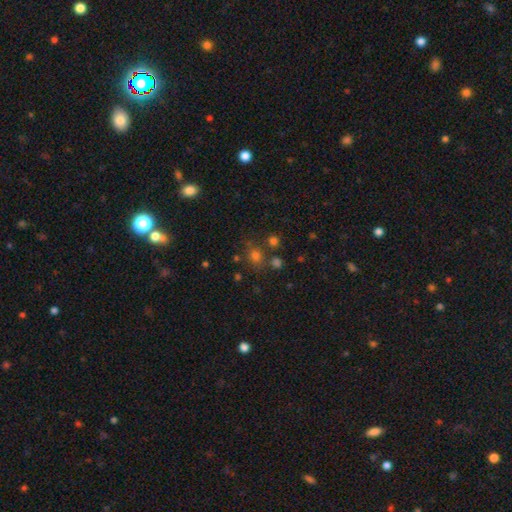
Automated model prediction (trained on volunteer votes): This appears to be a smooth galaxy with no disk features (62%) that is round (82%). Merging: none (73%).